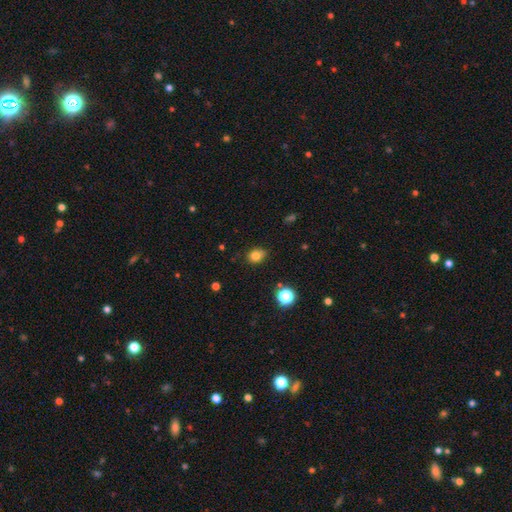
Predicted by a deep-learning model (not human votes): Q: Smooth or featured?
A: smooth (80%); runner-up: star or artifact (13%)
Q: How rounded?
A: round (62%); runner-up: in between (37%)
Q: Merging?
A: none (72%); runner-up: minor disturbance (22%)